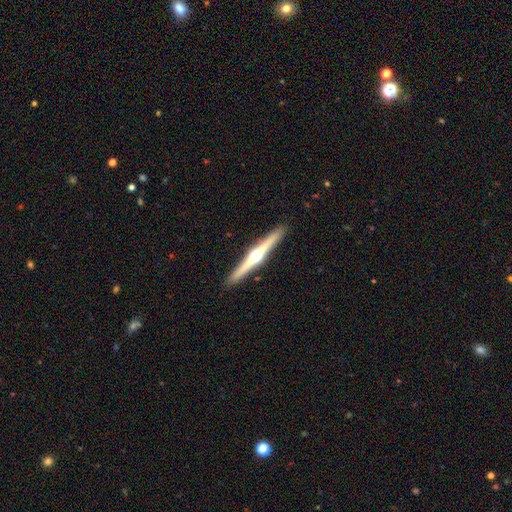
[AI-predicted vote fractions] A featured or disk galaxy (79%) viewed edge-on (98%) with a rounded central bulge (95%).

Vote fractions:
- Smooth or featured? featured or disk: 79% / smooth: 17% / star or artifact: 5%
- Edge-on disk? yes: 98% / no: 2%
- Edge-on bulge? rounded: 95% / none: 3% / boxy: 2%
- Merging? none: 92% / minor disturbance: 5% / major disturbance: 1% / merger: 1%